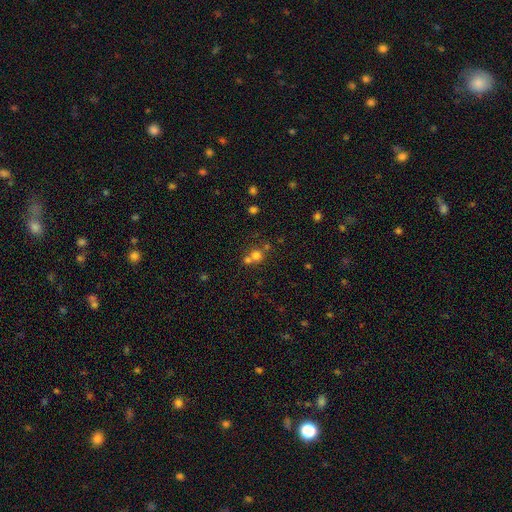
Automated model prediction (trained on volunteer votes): Smooth or featured?
  - smooth: 69% *
  - star or artifact: 18%
  - featured or disk: 13%
How rounded?
  - round: 87% *
  - in between: 12%
  - cigar-shaped: 1%
Merging?
  - none: 47% *
  - merger: 44%
  - minor disturbance: 6%
  - major disturbance: 3%